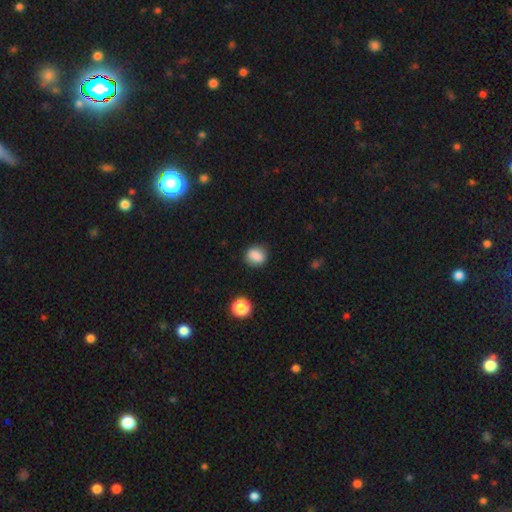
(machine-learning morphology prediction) Smooth or featured: smooth — 84% (star or artifact — 10%)
How rounded: round — 59% (in between — 39%)
Merging: none — 83% (minor disturbance — 12%)